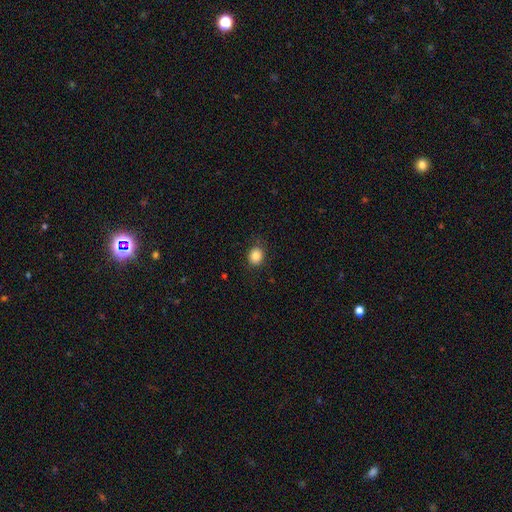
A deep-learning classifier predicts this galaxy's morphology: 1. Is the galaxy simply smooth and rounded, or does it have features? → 86% smooth, 10% star or artifact, 4% featured or disk.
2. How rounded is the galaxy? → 68% round, 31% in between, 1% cigar-shaped.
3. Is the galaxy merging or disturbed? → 84% none, 12% minor disturbance, 3% major disturbance, 1% merger.